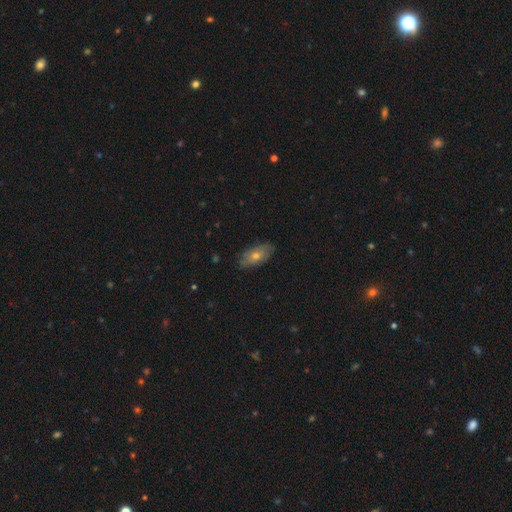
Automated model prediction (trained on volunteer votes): Smooth or featured? Predicted: smooth (p=0.52). How rounded? Predicted: in between (p=0.85). Merging? Predicted: none (p=0.83).